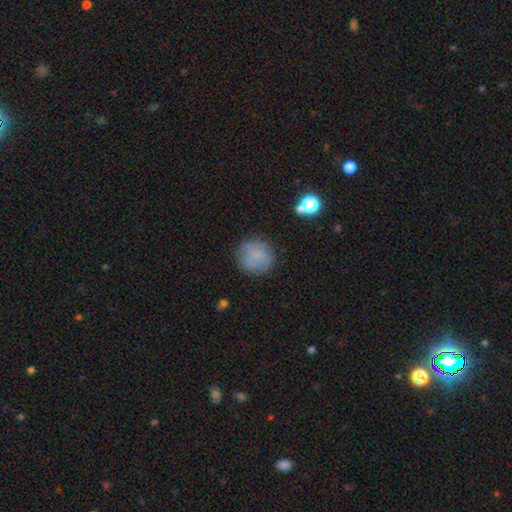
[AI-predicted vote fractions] smooth-or-featured: smooth: 80% | star or artifact: 10% | featured or disk: 10%
  how-rounded: round: 92% | in between: 7% | cigar-shaped: 1%
  merging: none: 82% | minor disturbance: 12% | major disturbance: 4% | merger: 2%